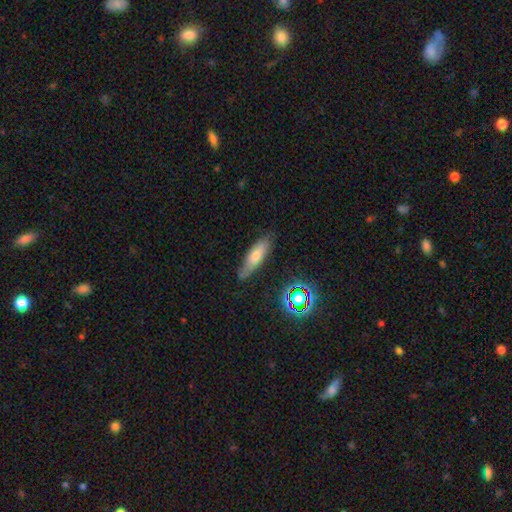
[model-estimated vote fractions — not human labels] Q: Smooth or featured?
A: smooth (59%); runner-up: featured or disk (28%)
Q: How rounded?
A: cigar-shaped (55%); runner-up: in between (42%)
Q: Merging?
A: none (77%); runner-up: minor disturbance (17%)